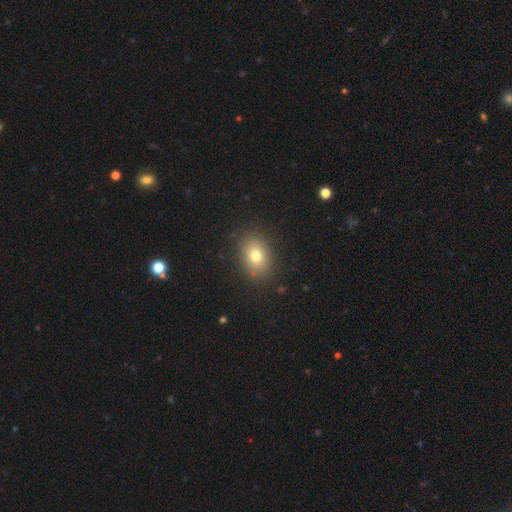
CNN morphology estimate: A smooth galaxy with no disk features (76%) that is in between round and cigar-shaped (62%). Merging: none (86%).